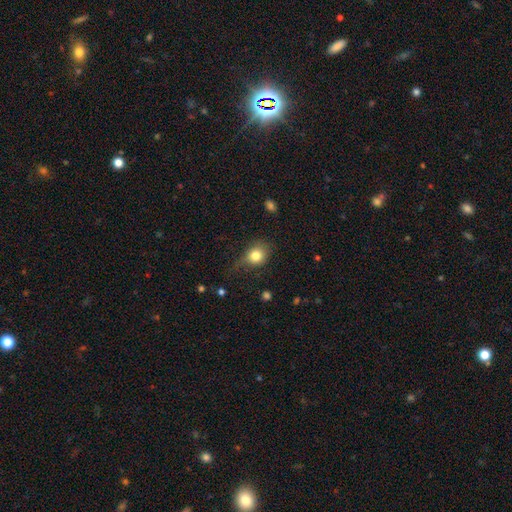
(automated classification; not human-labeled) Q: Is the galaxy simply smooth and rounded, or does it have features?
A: smooth — 80%.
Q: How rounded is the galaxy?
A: round — 65%.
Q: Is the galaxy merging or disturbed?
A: none — 51%.